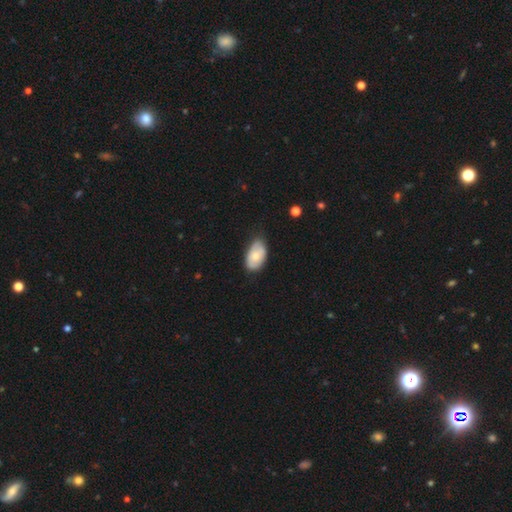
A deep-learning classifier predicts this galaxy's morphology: smooth_or_featured: smooth (p=0.63) [alt: featured or disk p=0.31]
how_rounded: in between (p=0.93) [alt: round p=0.06]
merging: none (p=0.63) [alt: minor disturbance p=0.30]